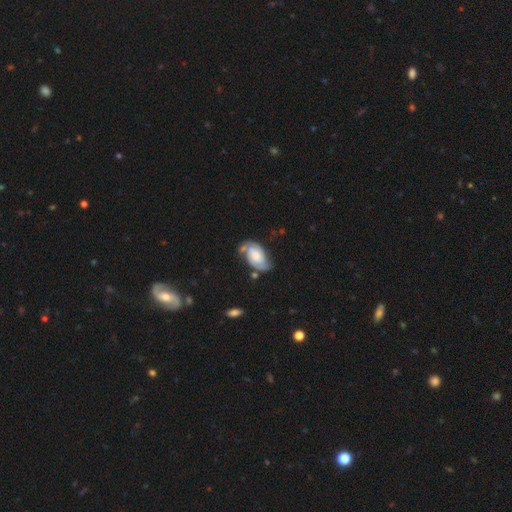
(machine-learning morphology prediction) Smooth or featured?
  - featured or disk: 58% *
  - smooth: 35%
  - star or artifact: 7%
Edge-on disk?
  - no: 95% *
  - yes: 5%
Bar?
  - no: 67% *
  - weak: 27%
  - strong: 6%
Spiral arms?
  - yes: 86% *
  - no: 14%
Bulge size?
  - large: 30% *
  - moderate: 29%
  - small: 21%
  - none: 14%
  - dominant: 6%
Merging?
  - none: 52% *
  - minor disturbance: 29%
  - major disturbance: 11%
  - merger: 8%